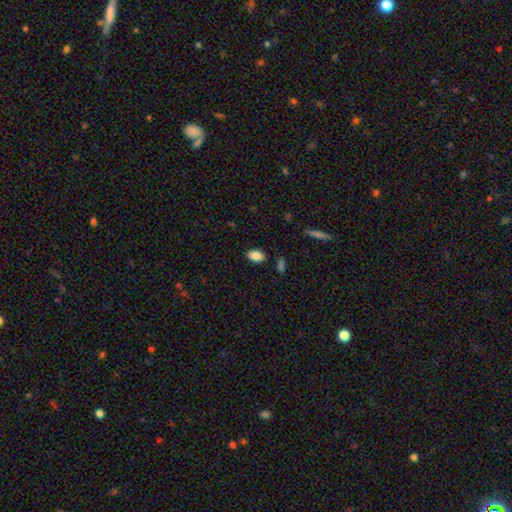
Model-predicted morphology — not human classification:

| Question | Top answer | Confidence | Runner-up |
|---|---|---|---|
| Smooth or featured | smooth | 85% | star or artifact (8%) |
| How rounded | in between | 90% | round (7%) |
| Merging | none | 84% | minor disturbance (11%) |